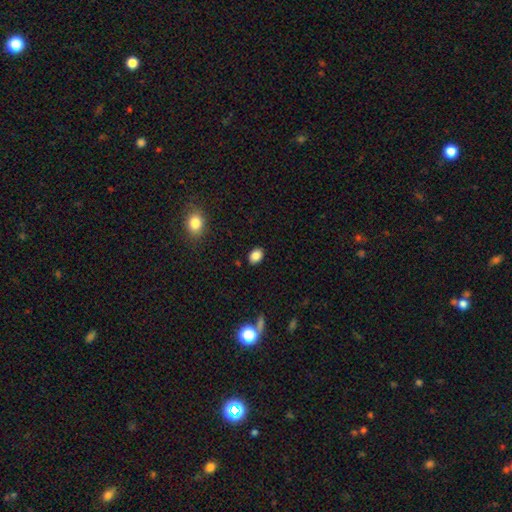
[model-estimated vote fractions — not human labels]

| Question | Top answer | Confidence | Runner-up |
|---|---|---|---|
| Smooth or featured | smooth | 84% | star or artifact (11%) |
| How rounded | in between | 76% | round (23%) |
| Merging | none | 87% | minor disturbance (9%) |